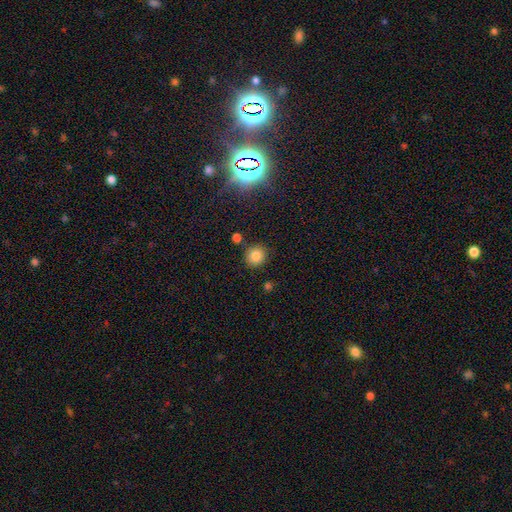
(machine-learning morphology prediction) The model was most divided on "smooth or featured": smooth: 83%, star or artifact: 12%, featured or disk: 5%. More confident: how rounded — round (87%); merging — none (83%).